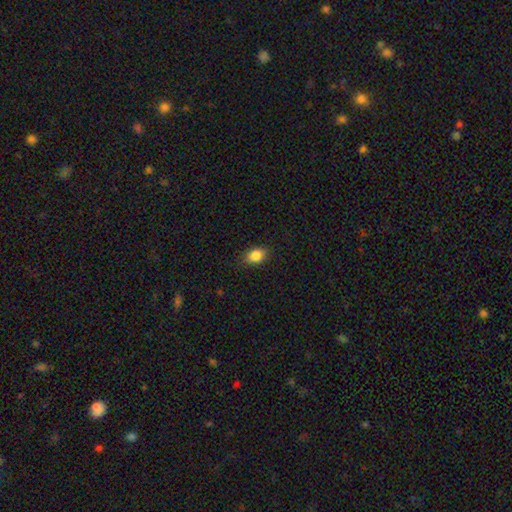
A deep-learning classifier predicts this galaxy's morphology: smooth-or-featured: smooth: 86% | star or artifact: 9% | featured or disk: 5%
  how-rounded: in between: 70% | round: 28% | cigar-shaped: 2%
  merging: none: 85% | minor disturbance: 12% | major disturbance: 3% | merger: 1%